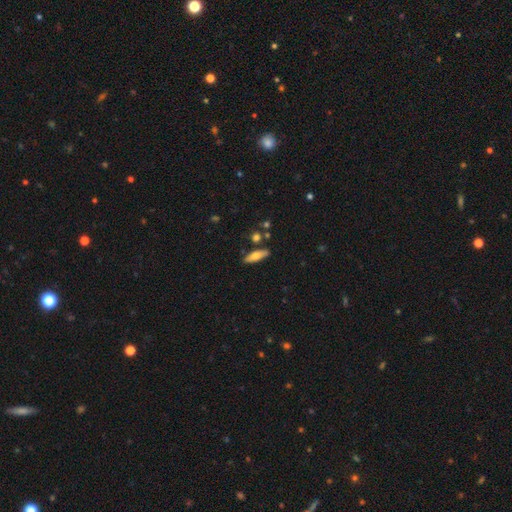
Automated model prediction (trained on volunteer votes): Morphology: type=smooth (63%); roundness=cigar-shaped (53%); merging=none (82%).